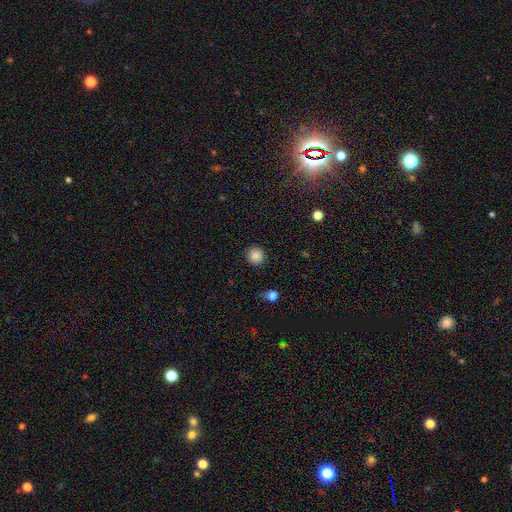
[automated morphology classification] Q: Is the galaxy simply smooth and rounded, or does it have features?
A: smooth — 87%.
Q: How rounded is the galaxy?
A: round — 93%.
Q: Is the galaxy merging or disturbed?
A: none — 90%.